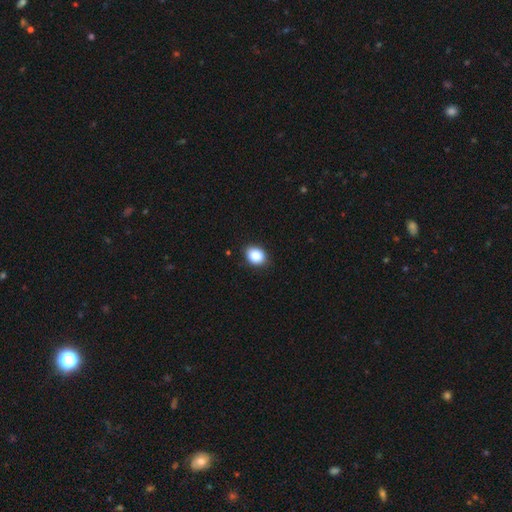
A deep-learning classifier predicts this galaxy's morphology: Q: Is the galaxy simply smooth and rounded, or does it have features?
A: smooth — 88%.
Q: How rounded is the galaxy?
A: in between — 59%.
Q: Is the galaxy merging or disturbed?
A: none — 87%.